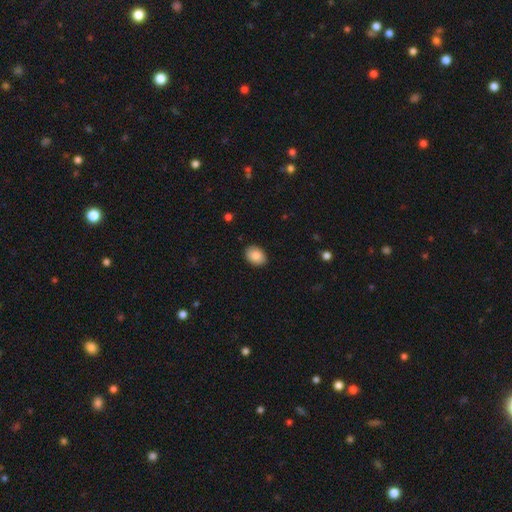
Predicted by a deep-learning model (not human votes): Smooth or featured? smooth (87%)
How rounded? in between (74%)
Merging? none (89%)